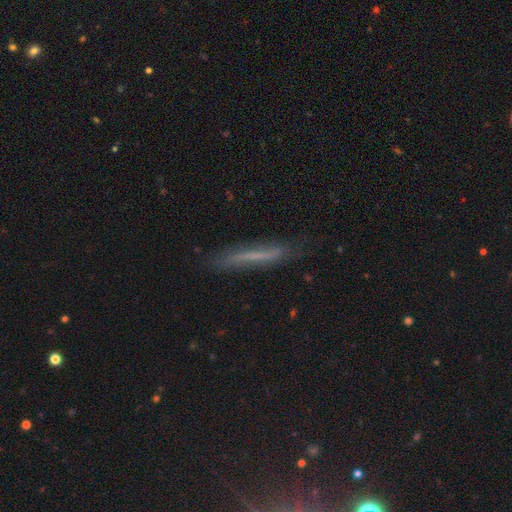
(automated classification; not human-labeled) Q: Smooth or featured?
A: smooth (49%); runner-up: featured or disk (41%)
Q: Merging?
A: none (78%); runner-up: minor disturbance (16%)